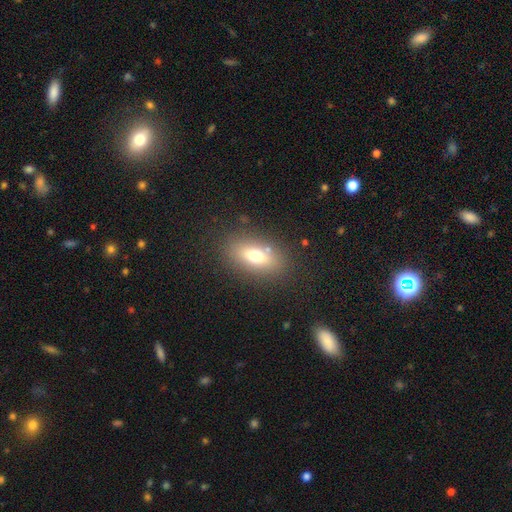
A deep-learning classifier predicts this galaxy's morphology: This appears to be a smooth galaxy with no disk features (68%) that is in between round and cigar-shaped (81%). Merging: none (82%).